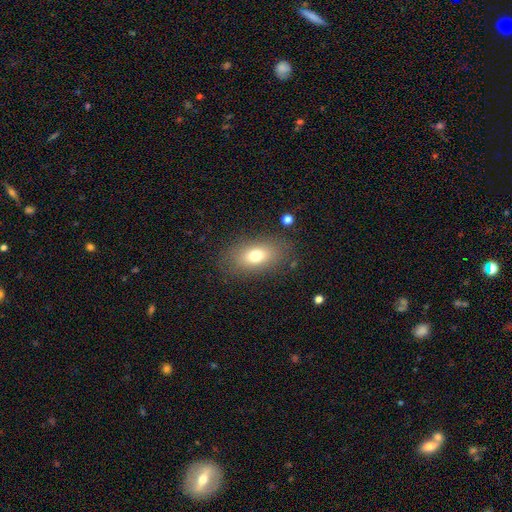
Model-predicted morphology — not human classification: A smooth galaxy with no disk features (74%) that is in between round and cigar-shaped (85%). Merging: none (82%).